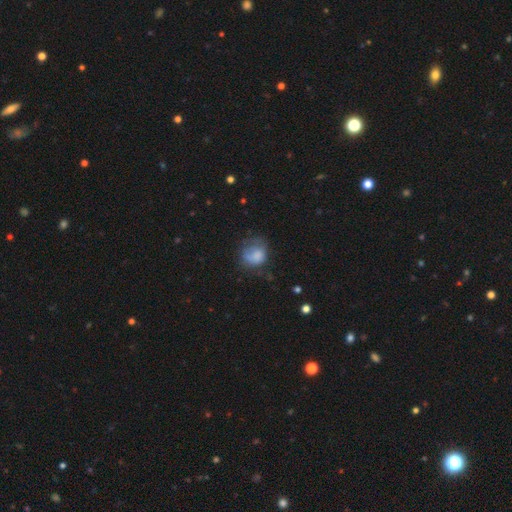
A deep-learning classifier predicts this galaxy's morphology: This is likely a smooth galaxy (71%). How rounded: possibly round (60%). Merging: marginally none (39%).